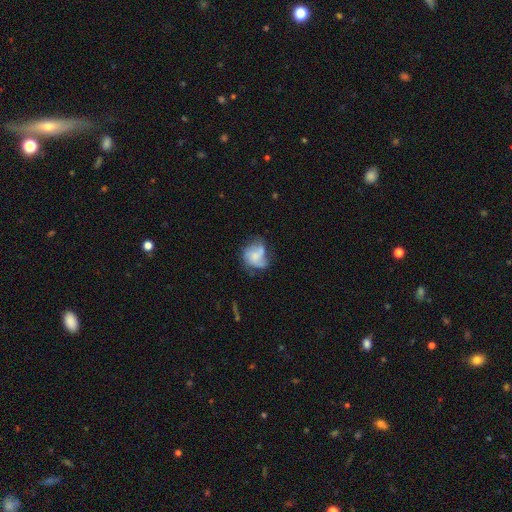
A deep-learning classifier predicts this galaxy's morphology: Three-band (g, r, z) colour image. It shows a smooth galaxy with no disk features (47%). Merging: none (36%).